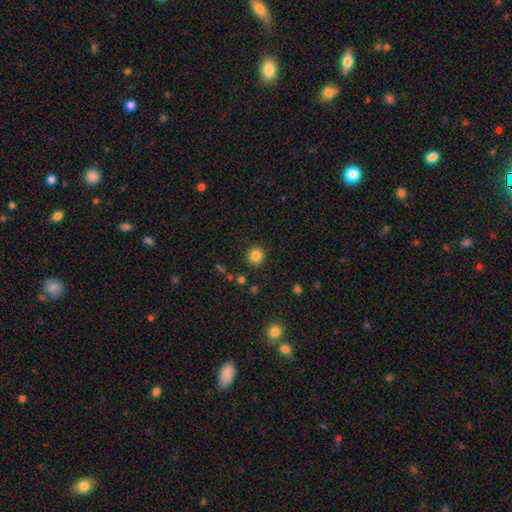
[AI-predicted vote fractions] The model was most divided on "smooth or featured": smooth: 84%, star or artifact: 11%, featured or disk: 5%. More confident: how rounded — round (92%); merging — none (90%).